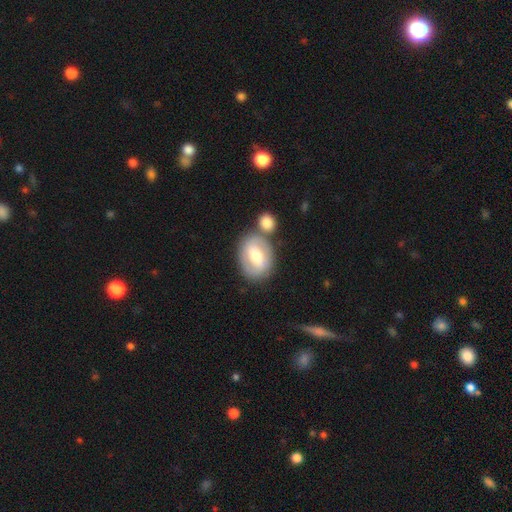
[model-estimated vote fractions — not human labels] Smooth or featured: smooth — 49% (featured or disk — 45%)
Merging: none — 59% (merger — 22%)